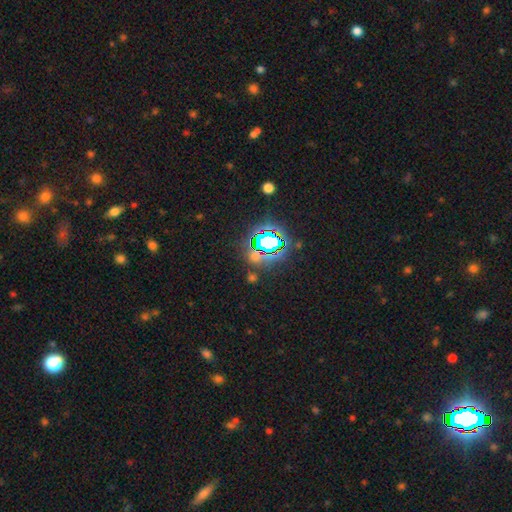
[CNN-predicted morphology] type=star or artifact (65%).